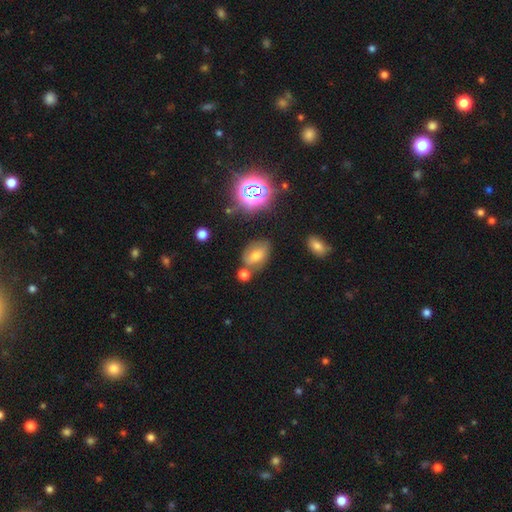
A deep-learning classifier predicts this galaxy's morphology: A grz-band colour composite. It shows a smooth galaxy with no disk features (54%) that is in between round and cigar-shaped (83%). Merging: none (57%).